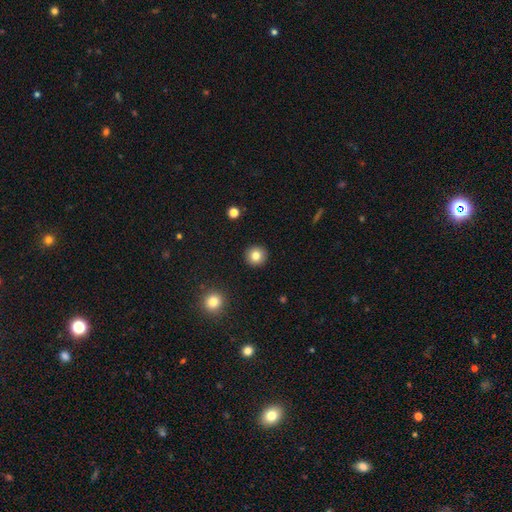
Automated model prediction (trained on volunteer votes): Morphology: type=smooth (82%); roundness=round (95%); merging=none (93%).